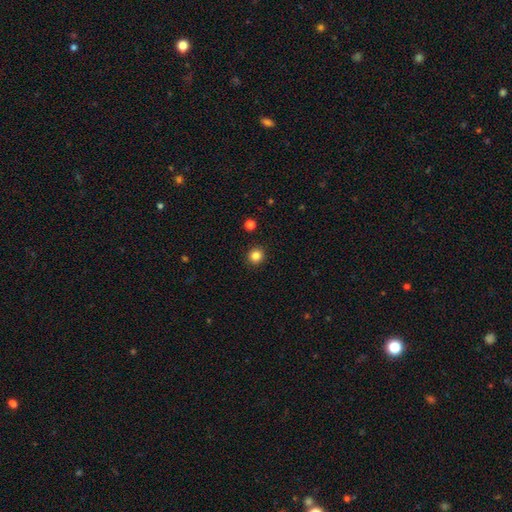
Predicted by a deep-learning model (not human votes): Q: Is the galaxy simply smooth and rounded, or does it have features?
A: smooth — 84%.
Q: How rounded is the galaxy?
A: round — 93%.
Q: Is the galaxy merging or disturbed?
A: none — 92%.